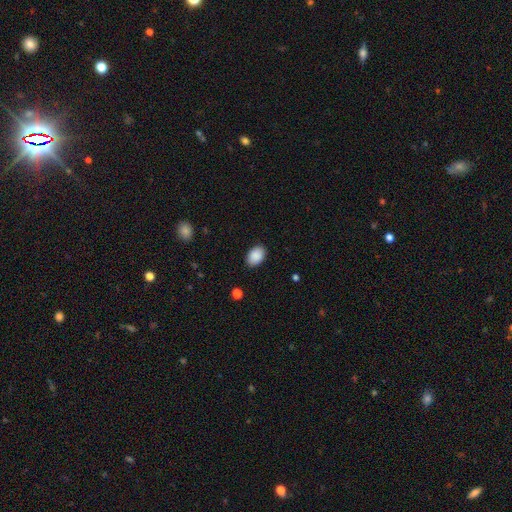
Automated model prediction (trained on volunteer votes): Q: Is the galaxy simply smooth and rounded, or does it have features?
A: smooth — 90%.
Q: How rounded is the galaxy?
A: in between — 87%.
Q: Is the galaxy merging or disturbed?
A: none — 88%.